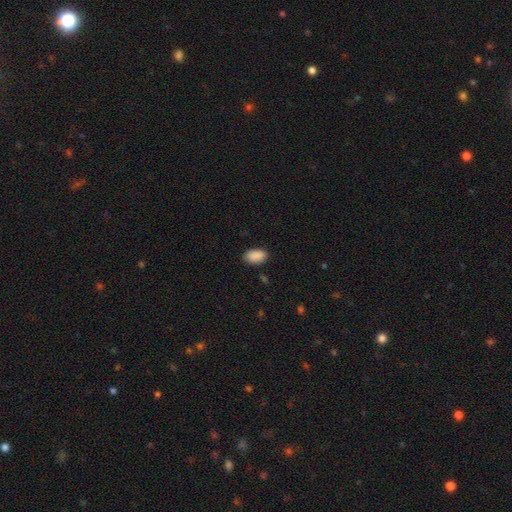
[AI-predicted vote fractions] The model was most divided on "merging": none: 85%, minor disturbance: 11%, major disturbance: 2%, merger: 1%. More confident: how rounded — in between (93%); smooth or featured — smooth (90%).